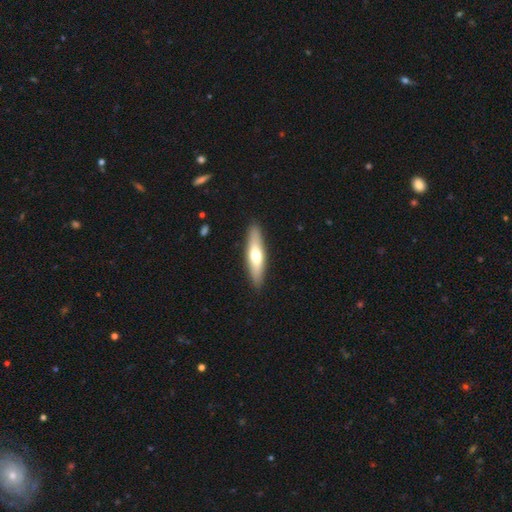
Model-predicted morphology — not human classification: A smooth galaxy with no disk features (56%) that is cigar-shaped (73%).

Vote fractions:
- Smooth or featured? smooth: 56% / featured or disk: 39% / star or artifact: 5%
- How rounded? cigar-shaped: 73% / in between: 25% / round: 2%
- Merging? none: 90% / minor disturbance: 8% / major disturbance: 2% / merger: 1%